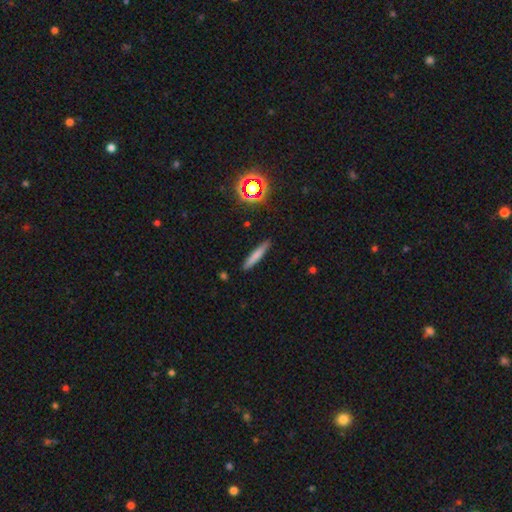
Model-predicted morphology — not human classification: The model was most divided on "smooth or featured": smooth: 73%, featured or disk: 17%, star or artifact: 10%. More confident: how rounded — cigar-shaped (92%); merging — none (88%).